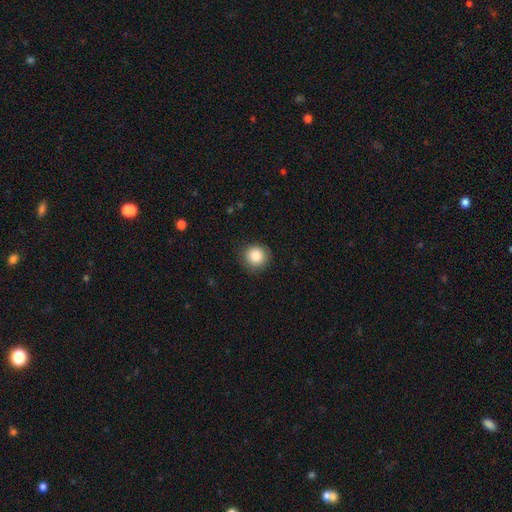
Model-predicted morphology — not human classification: Smooth or featured? smooth (84%)
How rounded? round (93%)
Merging? none (89%)